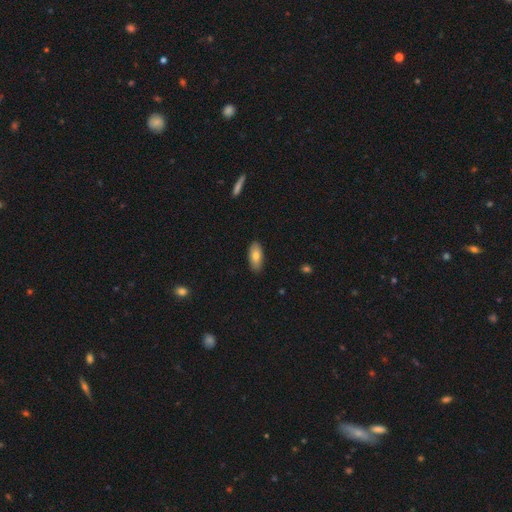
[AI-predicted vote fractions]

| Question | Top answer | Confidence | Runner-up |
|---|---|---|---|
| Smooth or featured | smooth | 76% | featured or disk (18%) |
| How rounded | in between | 88% | cigar-shaped (10%) |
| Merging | none | 87% | minor disturbance (10%) |